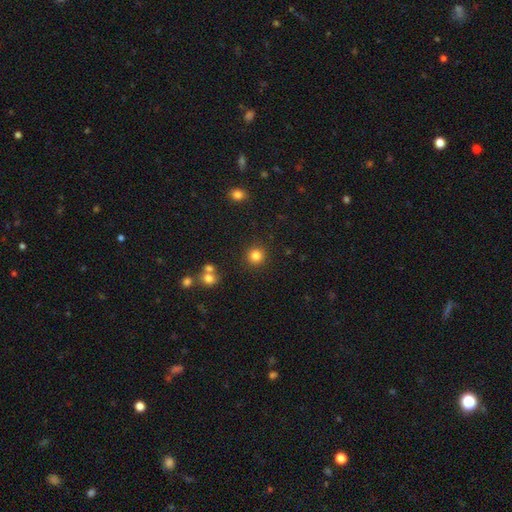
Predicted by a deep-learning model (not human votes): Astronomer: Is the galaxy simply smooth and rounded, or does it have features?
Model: smooth — 83%.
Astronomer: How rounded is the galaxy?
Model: round — 93%.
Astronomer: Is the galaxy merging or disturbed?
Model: none — 89%.